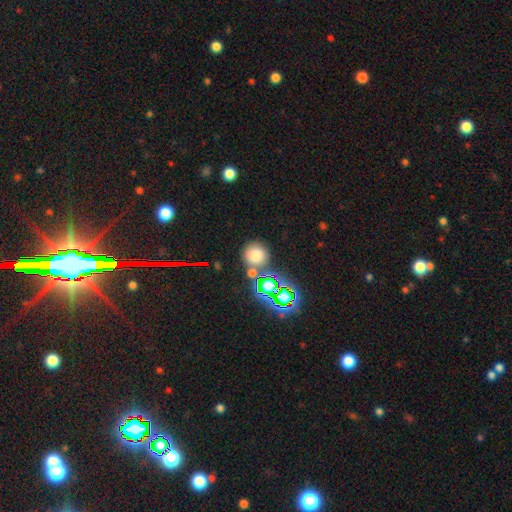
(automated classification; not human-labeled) Smooth or featured? Predicted: smooth (p=0.70). How rounded? Predicted: round (p=0.90). Merging? Predicted: none (p=0.72).